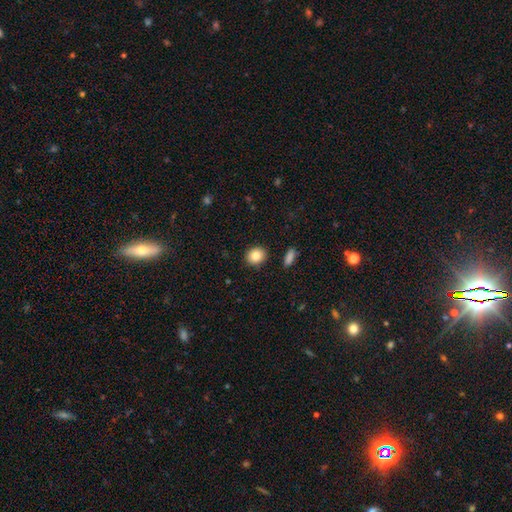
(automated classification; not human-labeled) Overall: smooth (85%). How rounded: round (71%). Merging: none (90%).